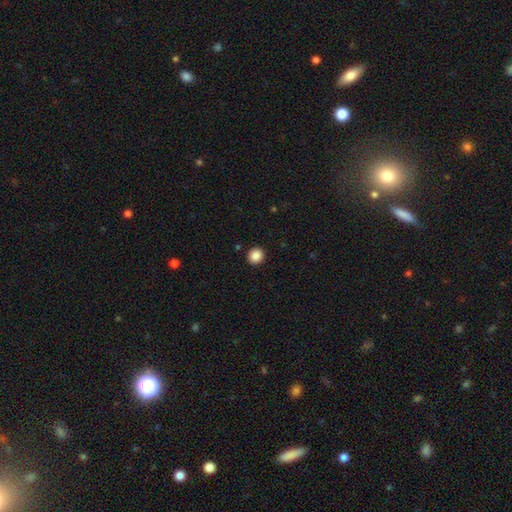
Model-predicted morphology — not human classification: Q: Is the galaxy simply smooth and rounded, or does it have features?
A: smooth — 88%.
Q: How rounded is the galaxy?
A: round — 87%.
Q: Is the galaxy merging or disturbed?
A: none — 93%.